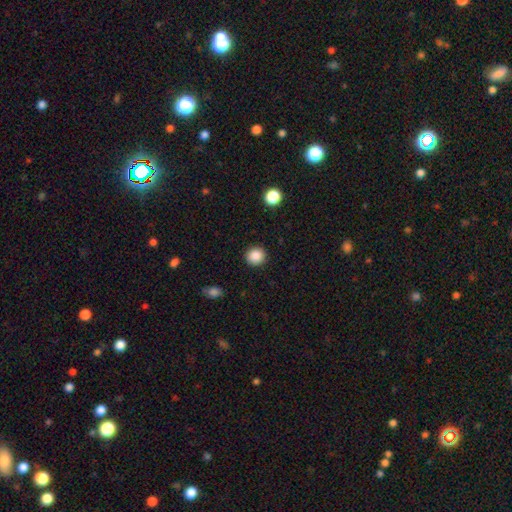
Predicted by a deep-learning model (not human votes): smooth-or-featured: smooth: 87% | star or artifact: 9% | featured or disk: 4%
  how-rounded: round: 92% | in between: 7% | cigar-shaped: 1%
  merging: none: 92% | minor disturbance: 5% | major disturbance: 2% | merger: 1%